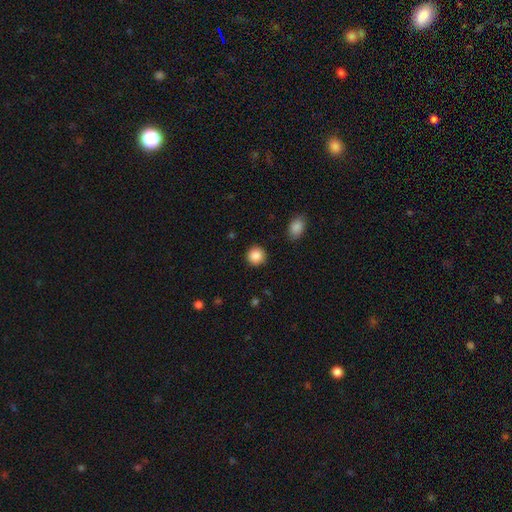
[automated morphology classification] Smooth or featured: smooth — 87% (star or artifact — 9%)
How rounded: round — 93% (in between — 6%)
Merging: none — 91% (minor disturbance — 6%)